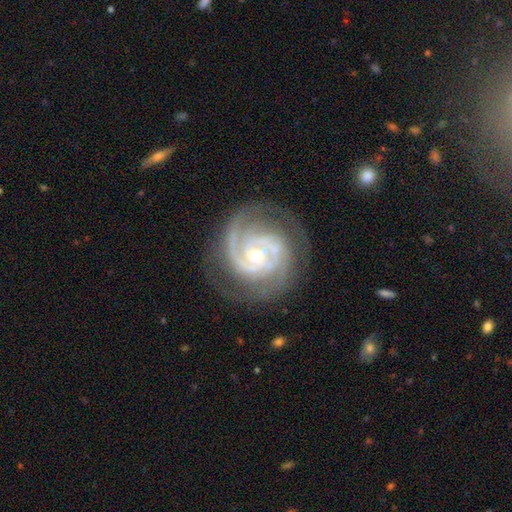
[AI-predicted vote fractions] Smooth or featured?
  - featured or disk: 92% *
  - star or artifact: 4%
  - smooth: 4%
Edge-on disk?
  - no: 98% *
  - yes: 2%
Bar?
  - no: 67% *
  - weak: 25%
  - strong: 8%
Spiral arms?
  - yes: 98% *
  - no: 2%
Spiral winding?
  - tight: 69% *
  - medium: 27%
  - loose: 4%
Spiral arm count?
  - 2: 36% *
  - 3: 34%
  - can't tell: 12%
  - 4: 7%
  - 1: 6%
  - more than 4: 5%
Bulge size?
  - moderate: 58% *
  - small: 38%
  - large: 2%
  - none: 1%
  - dominant: 1%
Merging?
  - none: 74% *
  - minor disturbance: 17%
  - major disturbance: 8%
  - merger: 1%